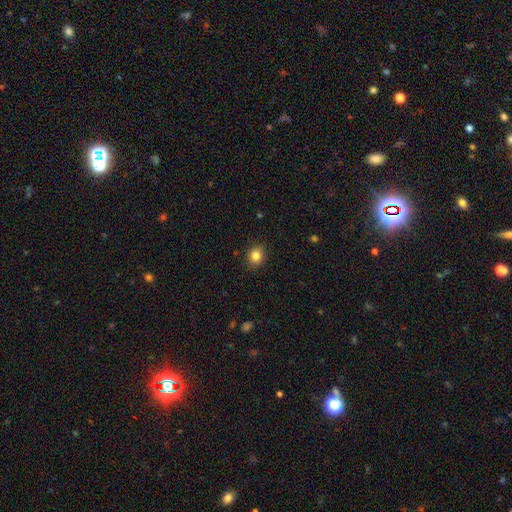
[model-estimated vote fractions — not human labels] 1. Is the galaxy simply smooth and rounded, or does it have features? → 84% smooth, 11% star or artifact, 5% featured or disk.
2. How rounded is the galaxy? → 70% round, 29% in between, 1% cigar-shaped.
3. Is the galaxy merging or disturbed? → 89% none, 8% minor disturbance, 2% major disturbance, 1% merger.